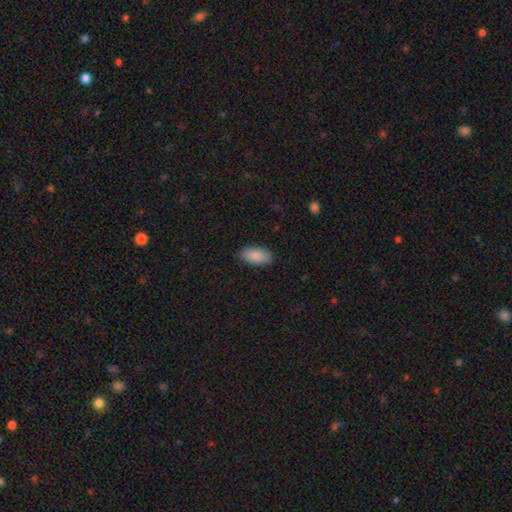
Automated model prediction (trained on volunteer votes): smooth-or-featured: smooth: 89% | star or artifact: 6% | featured or disk: 5%
  how-rounded: in between: 93% | cigar-shaped: 5% | round: 2%
  merging: none: 85% | minor disturbance: 12% | major disturbance: 2% | merger: 1%